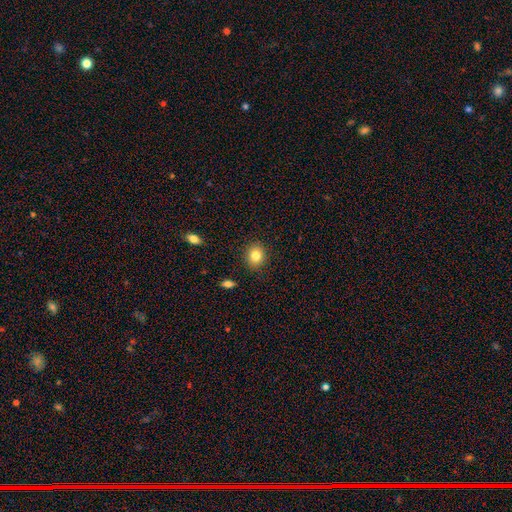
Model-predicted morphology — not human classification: This is clearly a smooth galaxy (83%). How rounded: likely round (66%). Merging: clearly none (89%).